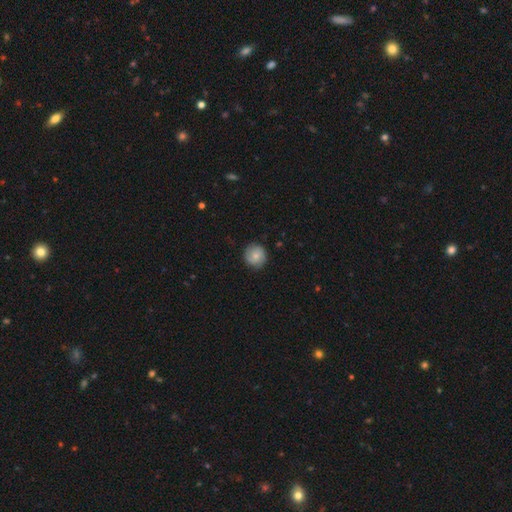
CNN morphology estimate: A smooth galaxy with no disk features (72%) that is round (92%).

Vote fractions:
- Smooth or featured? smooth: 72% / featured or disk: 21% / star or artifact: 7%
- How rounded? round: 92% / in between: 7% / cigar-shaped: 1%
- Merging? none: 85% / minor disturbance: 12% / major disturbance: 2% / merger: 1%